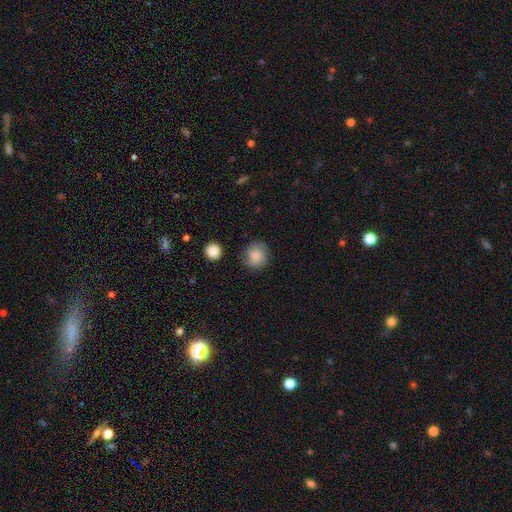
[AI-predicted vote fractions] smooth_or_featured: smooth (p=0.81) [alt: featured or disk p=0.11]
how_rounded: round (p=0.88) [alt: in between p=0.11]
merging: none (p=0.78) [alt: minor disturbance p=0.15]